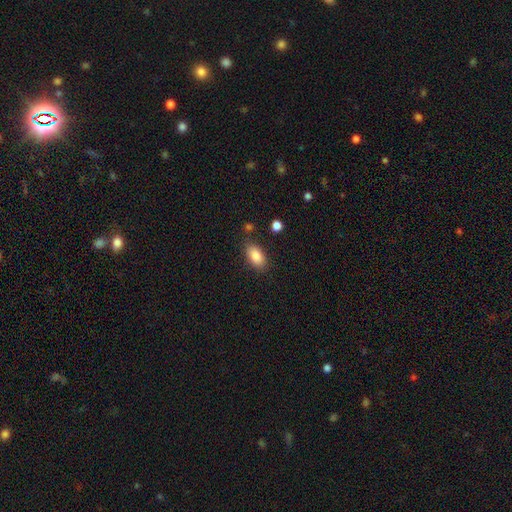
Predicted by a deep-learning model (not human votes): The model was most divided on "merging": none: 83%, minor disturbance: 11%, major disturbance: 3%, merger: 3%. More confident: how rounded — in between (91%); smooth or featured — smooth (86%).